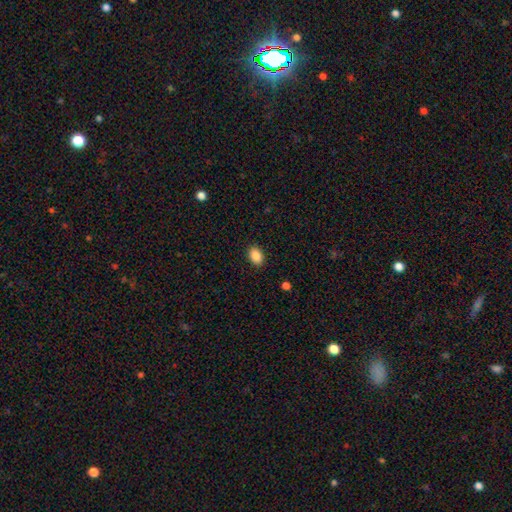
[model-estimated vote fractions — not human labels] Morphology: type=smooth (89%); roundness=in between (83%); merging=none (89%).